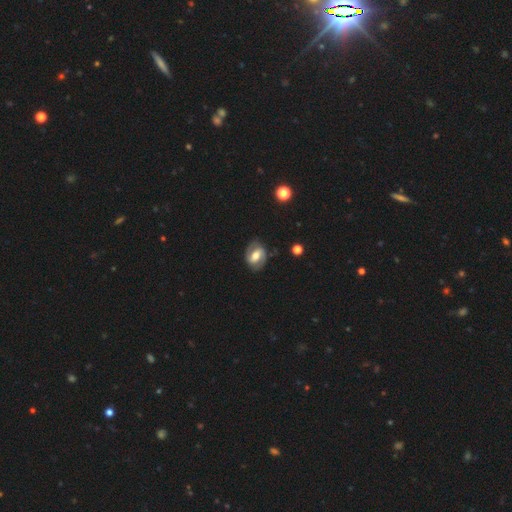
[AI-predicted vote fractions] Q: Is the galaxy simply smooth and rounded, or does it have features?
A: featured or disk — 74%.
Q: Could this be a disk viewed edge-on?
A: no — 97%.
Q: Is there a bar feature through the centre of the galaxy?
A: weak — 44%.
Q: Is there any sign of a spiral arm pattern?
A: yes — 88%.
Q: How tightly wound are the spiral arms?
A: medium — 49%.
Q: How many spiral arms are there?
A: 2 — 90%.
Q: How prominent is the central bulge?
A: moderate — 65%.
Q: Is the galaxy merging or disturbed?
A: none — 81%.